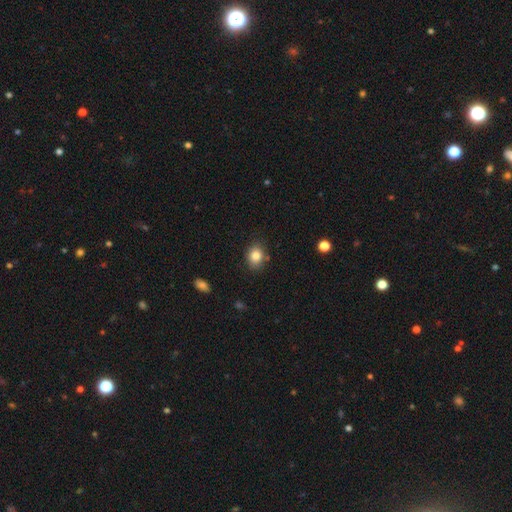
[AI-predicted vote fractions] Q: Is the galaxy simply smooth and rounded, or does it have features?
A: smooth — 83%.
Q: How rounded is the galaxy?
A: in between — 52%.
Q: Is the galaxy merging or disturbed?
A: none — 81%.